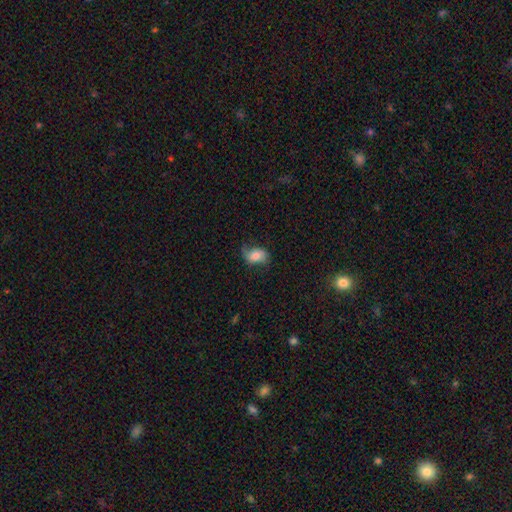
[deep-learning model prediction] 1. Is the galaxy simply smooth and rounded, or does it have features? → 64% smooth, 27% featured or disk, 8% star or artifact.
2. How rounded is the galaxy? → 82% in between, 16% round, 2% cigar-shaped.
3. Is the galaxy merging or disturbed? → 60% none, 26% minor disturbance, 12% major disturbance, 1% merger.